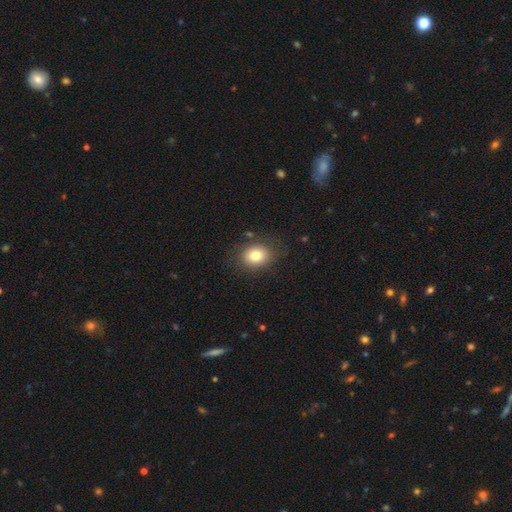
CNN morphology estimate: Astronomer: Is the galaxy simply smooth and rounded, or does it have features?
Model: smooth — 80%.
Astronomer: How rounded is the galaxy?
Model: round — 53% (runner-up: in between, 46%).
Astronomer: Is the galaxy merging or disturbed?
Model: none — 82%.